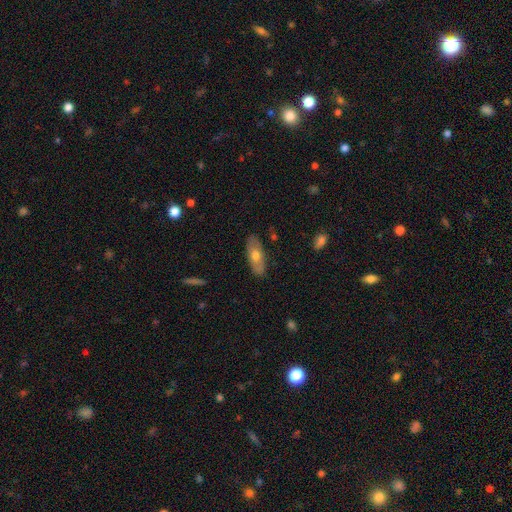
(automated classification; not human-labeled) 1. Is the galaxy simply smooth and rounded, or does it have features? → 59% smooth, 35% featured or disk, 6% star or artifact.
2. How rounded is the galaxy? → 77% in between, 20% cigar-shaped, 3% round.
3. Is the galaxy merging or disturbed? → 85% none, 12% minor disturbance, 2% major disturbance, 1% merger.